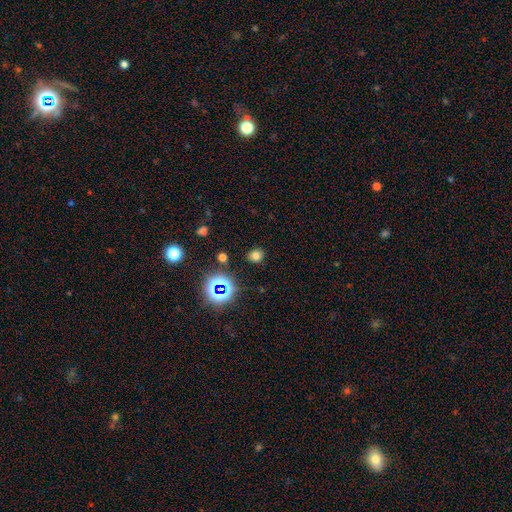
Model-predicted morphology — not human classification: Smooth or featured: smooth — 69% (star or artifact — 23%)
How rounded: round — 73% (in between — 26%)
Merging: none — 87% (minor disturbance — 8%)